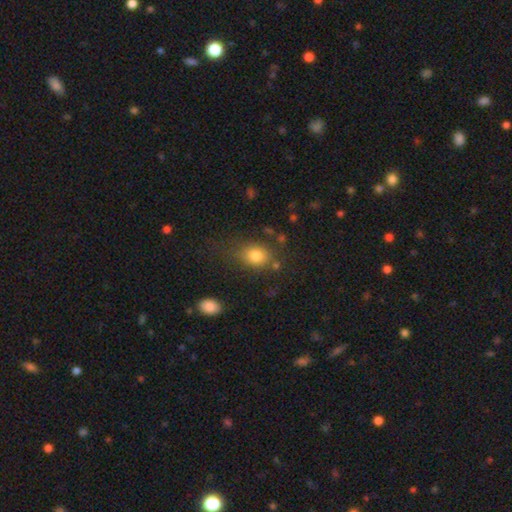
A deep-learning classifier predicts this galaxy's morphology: smooth-or-featured: smooth: 80% | star or artifact: 11% | featured or disk: 9%
  how-rounded: in between: 58% | round: 40% | cigar-shaped: 1%
  merging: none: 70% | minor disturbance: 16% | major disturbance: 8% | merger: 5%